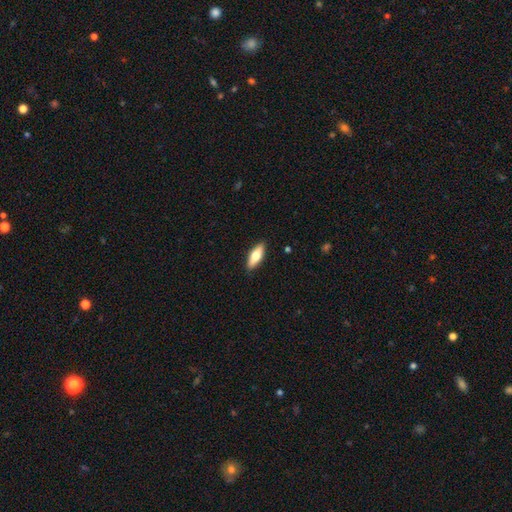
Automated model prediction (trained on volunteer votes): A smooth galaxy with no disk features (63%) that is in between round and cigar-shaped (64%).

Vote fractions:
- Smooth or featured? smooth: 63% / featured or disk: 31% / star or artifact: 6%
- How rounded? in between: 64% / cigar-shaped: 34% / round: 2%
- Merging? none: 89% / minor disturbance: 8% / major disturbance: 2% / merger: 1%